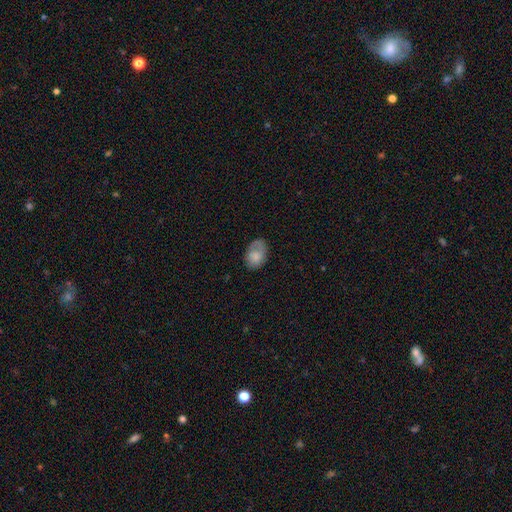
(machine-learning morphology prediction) type=smooth (73%); roundness=in between (83%); merging=none (59%).